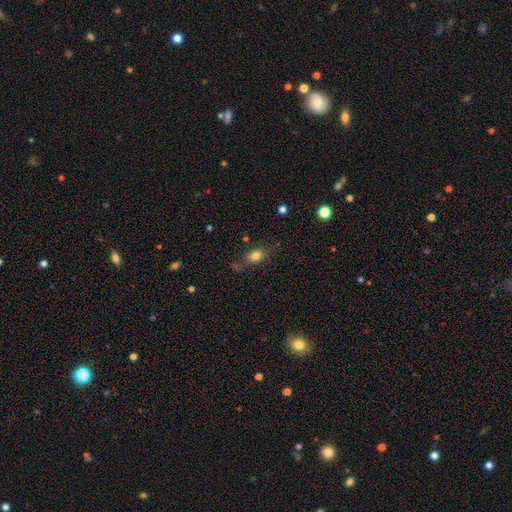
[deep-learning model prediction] A smooth galaxy with no disk features (78%) that is in between round and cigar-shaped (64%). Merging: none (71%).